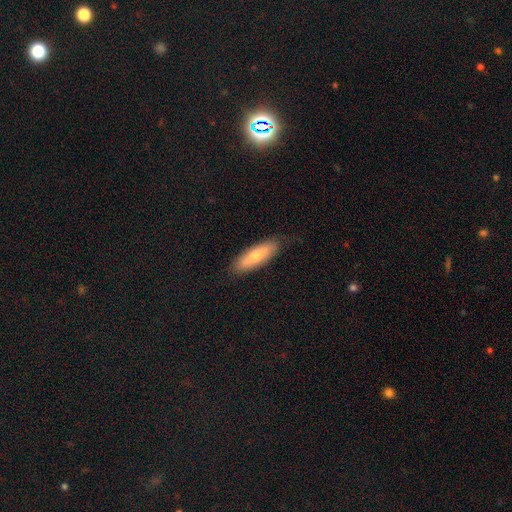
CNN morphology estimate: Smooth or featured? Predicted: smooth (p=0.70). How rounded? Predicted: in between (p=0.52). Merging? Predicted: none (p=0.84).